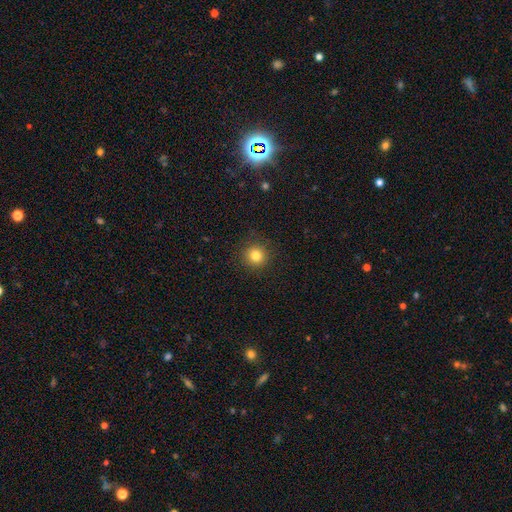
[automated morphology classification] This is clearly a smooth galaxy (82%). How rounded: clearly round (94%). Merging: clearly none (91%).